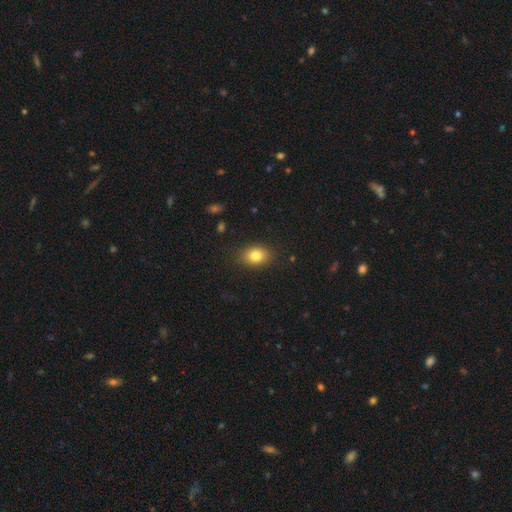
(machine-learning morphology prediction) smooth 82%, star or artifact 10%, featured or disk 9%. Down the decision tree: how rounded — in between (67%); merging — none (86%).